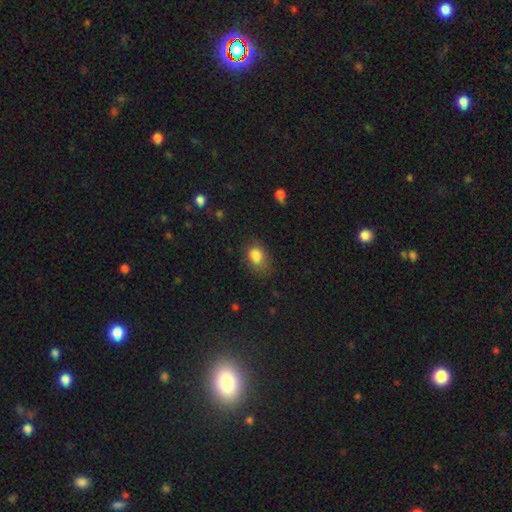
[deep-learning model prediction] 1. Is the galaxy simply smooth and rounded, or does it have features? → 83% smooth, 10% star or artifact, 7% featured or disk.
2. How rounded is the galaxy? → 75% in between, 24% round, 1% cigar-shaped.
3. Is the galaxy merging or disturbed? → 63% none, 26% minor disturbance, 9% major disturbance, 2% merger.